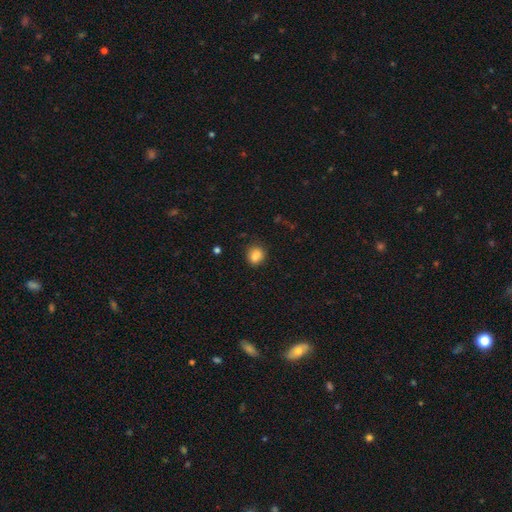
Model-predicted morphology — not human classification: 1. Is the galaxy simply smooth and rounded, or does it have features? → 82% smooth, 10% star or artifact, 7% featured or disk.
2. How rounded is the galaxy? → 65% round, 34% in between, 1% cigar-shaped.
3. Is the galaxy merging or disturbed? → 71% none, 17% minor disturbance, 8% merger, 4% major disturbance.